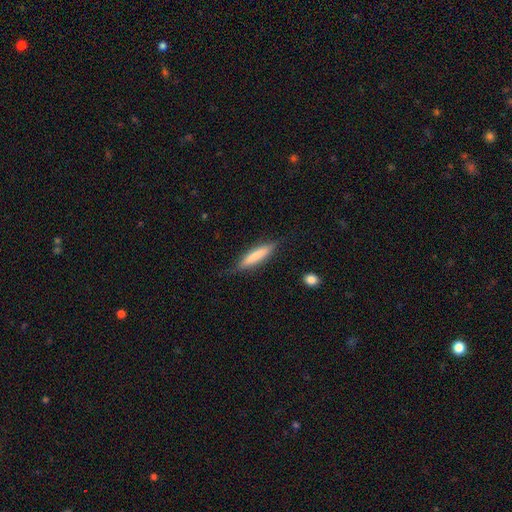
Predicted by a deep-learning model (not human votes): Overall: smooth (73%). How rounded: cigar-shaped (83%). Merging: none (78%).